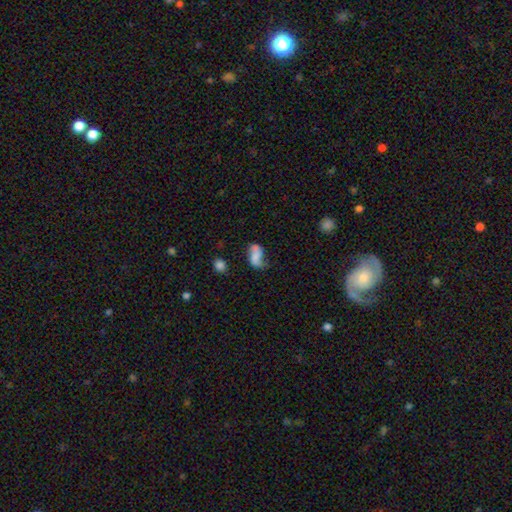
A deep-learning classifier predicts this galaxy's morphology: Smooth or featured?
  - smooth: 49% *
  - featured or disk: 40%
  - star or artifact: 11%
Merging?
  - none: 41% *
  - minor disturbance: 28%
  - major disturbance: 20%
  - merger: 12%